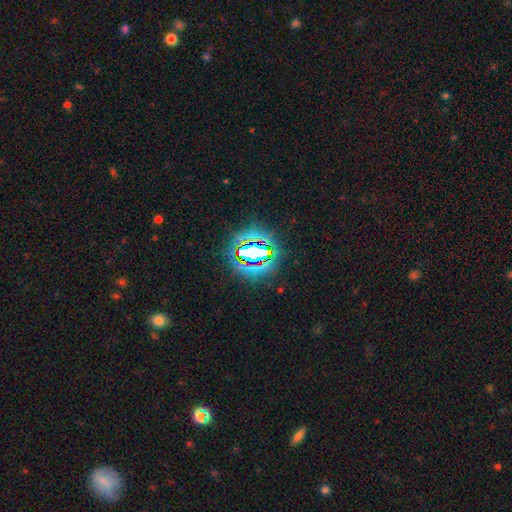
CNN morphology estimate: Smooth or featured: star or artifact — 70% (smooth — 17%)